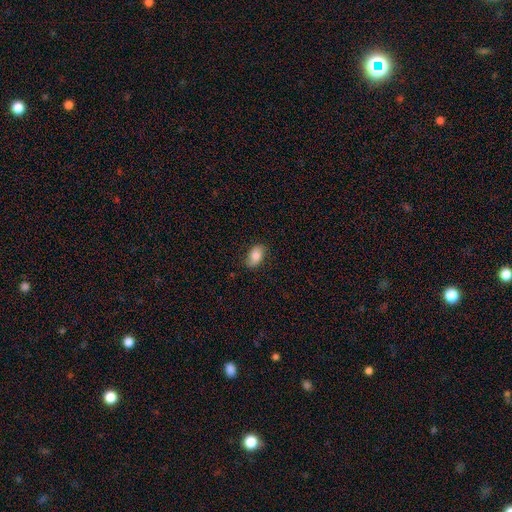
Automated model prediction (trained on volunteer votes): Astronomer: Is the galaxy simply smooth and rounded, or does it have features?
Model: smooth — 80%.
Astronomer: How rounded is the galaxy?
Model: in between — 91%.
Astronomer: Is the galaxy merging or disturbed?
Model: none — 84%.